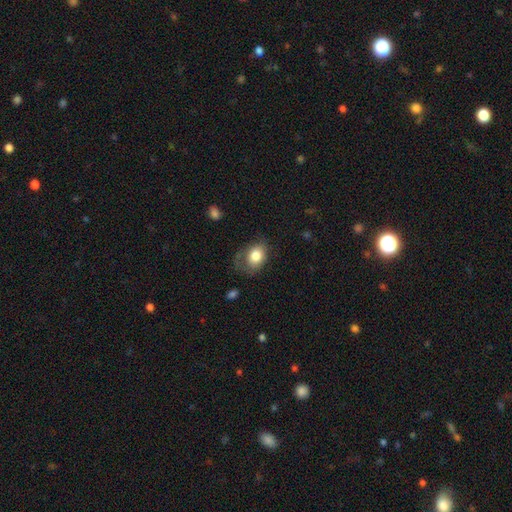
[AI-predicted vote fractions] This appears to be a smooth galaxy with no disk features (79%) that is in between round and cigar-shaped (70%). Merging: none (46%).